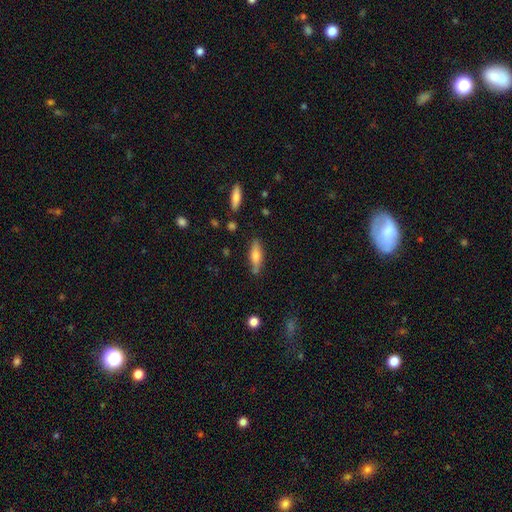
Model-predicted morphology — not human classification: This is likely a smooth galaxy (60%). How rounded: possibly cigar-shaped (56%). Merging: likely none (76%).